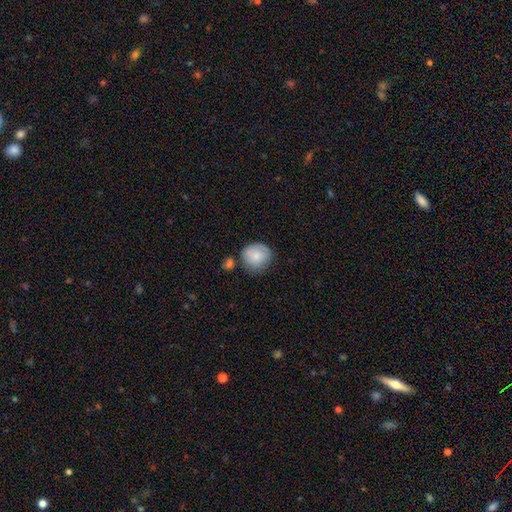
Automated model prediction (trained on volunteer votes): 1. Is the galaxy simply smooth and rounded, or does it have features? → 79% smooth, 14% featured or disk, 7% star or artifact.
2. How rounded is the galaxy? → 85% round, 14% in between, 1% cigar-shaped.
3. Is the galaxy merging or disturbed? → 64% none, 22% minor disturbance, 8% merger, 6% major disturbance.